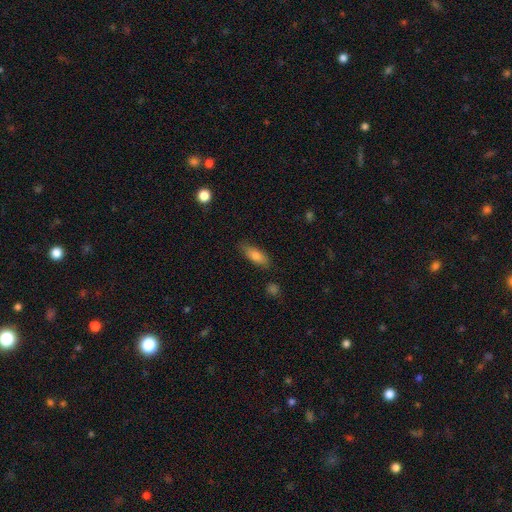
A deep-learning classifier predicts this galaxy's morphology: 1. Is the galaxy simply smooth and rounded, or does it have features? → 77% smooth, 16% featured or disk, 7% star or artifact.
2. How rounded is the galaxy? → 68% in between, 29% cigar-shaped, 3% round.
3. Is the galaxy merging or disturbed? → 82% none, 13% minor disturbance, 3% major disturbance, 2% merger.